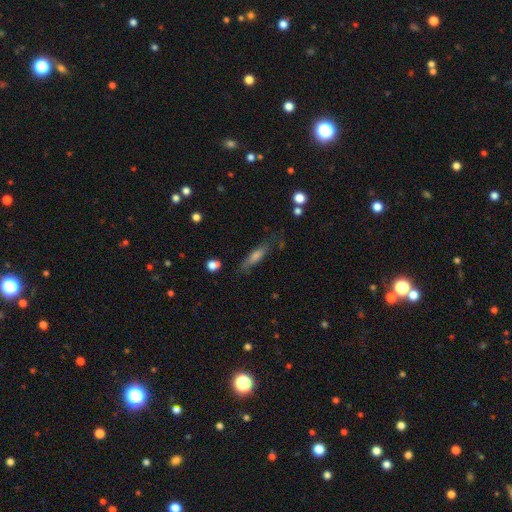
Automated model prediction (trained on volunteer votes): This appears to be a smooth galaxy with no disk features (54%) that is cigar-shaped (75%). Merging: none (72%).